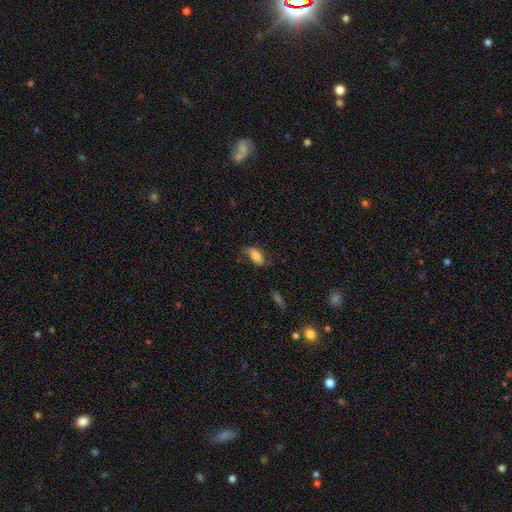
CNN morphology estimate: Smooth or featured? Predicted: smooth (p=0.80). How rounded? Predicted: in between (p=0.90). Merging? Predicted: none (p=0.59).